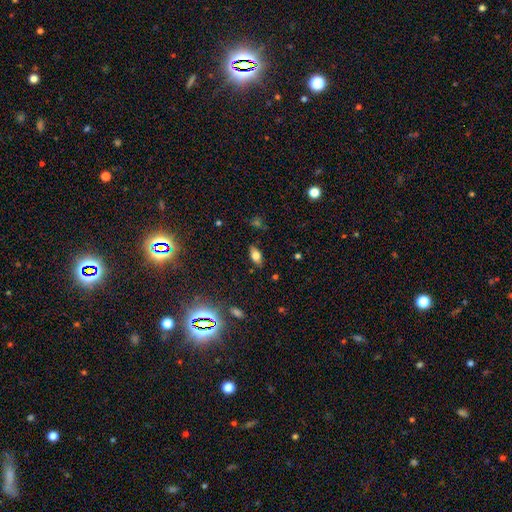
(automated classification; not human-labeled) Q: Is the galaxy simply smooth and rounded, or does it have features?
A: smooth — 68%.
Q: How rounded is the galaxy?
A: in between — 87%.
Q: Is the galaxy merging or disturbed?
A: none — 85%.